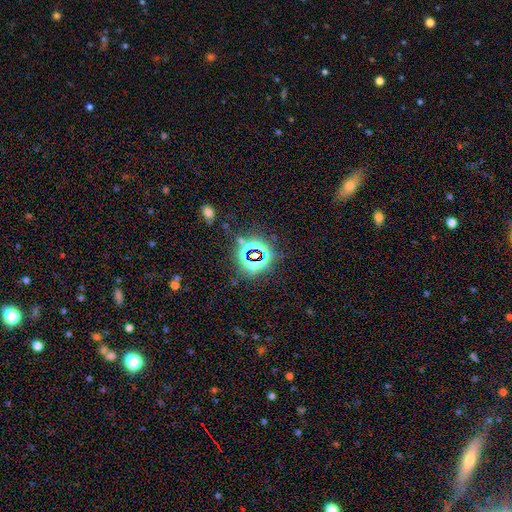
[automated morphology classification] The model was most divided on "smooth or featured": star or artifact: 77%, smooth: 14%, featured or disk: 9%.